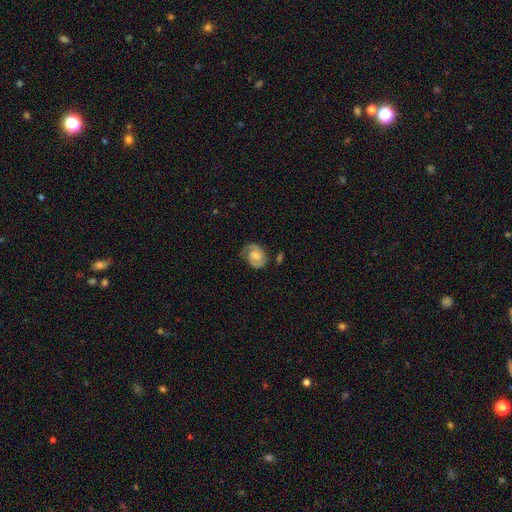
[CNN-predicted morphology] Smooth or featured?
  - featured or disk: 68% *
  - smooth: 25%
  - star or artifact: 7%
Edge-on disk?
  - no: 97% *
  - yes: 3%
Bar?
  - no: 53% *
  - weak: 40%
  - strong: 7%
Spiral arms?
  - yes: 92% *
  - no: 8%
Spiral winding?
  - tight: 48% *
  - medium: 39%
  - loose: 12%
Spiral arm count?
  - 2: 68% *
  - 1: 20%
  - can't tell: 9%
  - 3: 2%
  - 4: 1%
  - more than 4: 1%
Bulge size?
  - moderate: 46% *
  - small: 31%
  - none: 11%
  - large: 10%
  - dominant: 2%
Merging?
  - none: 61% *
  - minor disturbance: 25%
  - major disturbance: 11%
  - merger: 3%